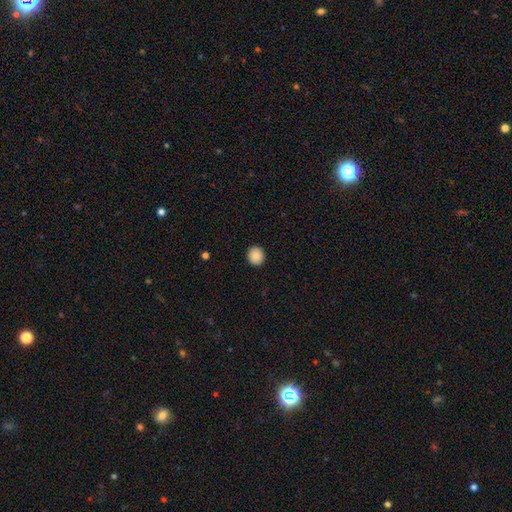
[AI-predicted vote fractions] A smooth galaxy with no disk features (89%) that is round (82%). Merging: none (92%).